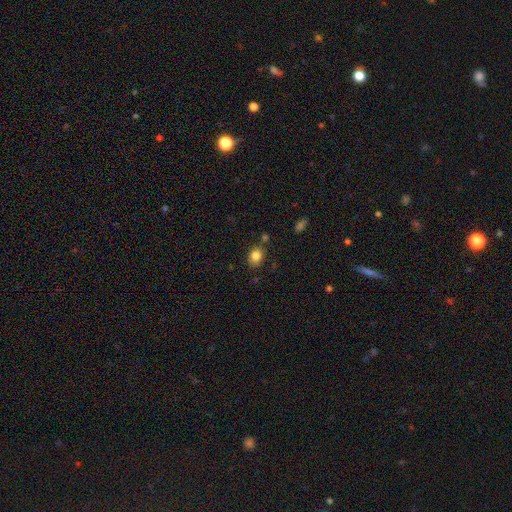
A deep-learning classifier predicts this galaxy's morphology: Smooth or featured? smooth (83%)
How rounded? in between (54%)
Merging? none (77%)